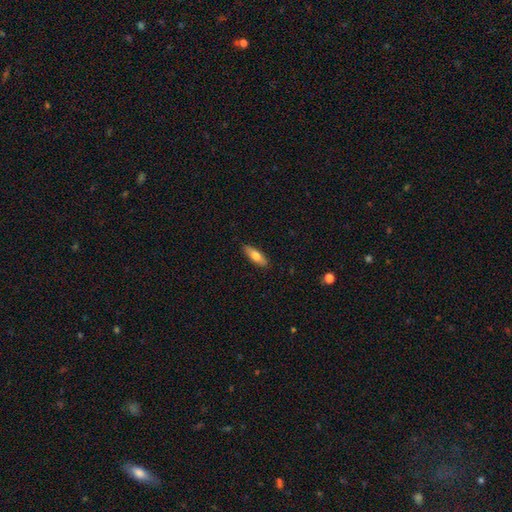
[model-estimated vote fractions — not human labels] This appears to be a smooth galaxy with no disk features (71%) that is in between round and cigar-shaped (53%). Merging: none (88%).